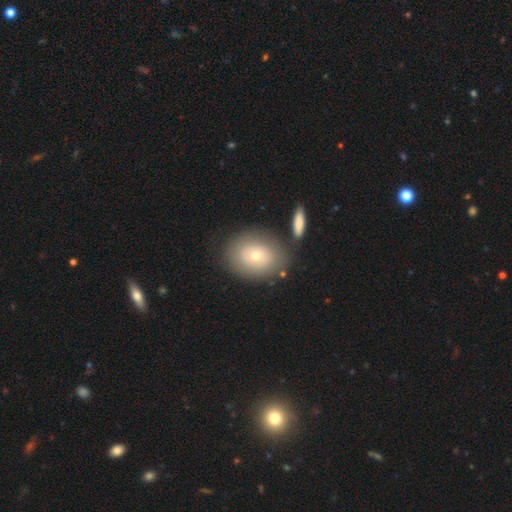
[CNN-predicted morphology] A smooth galaxy with no disk features (64%) that is in between round and cigar-shaped (62%). Merging: none (76%).